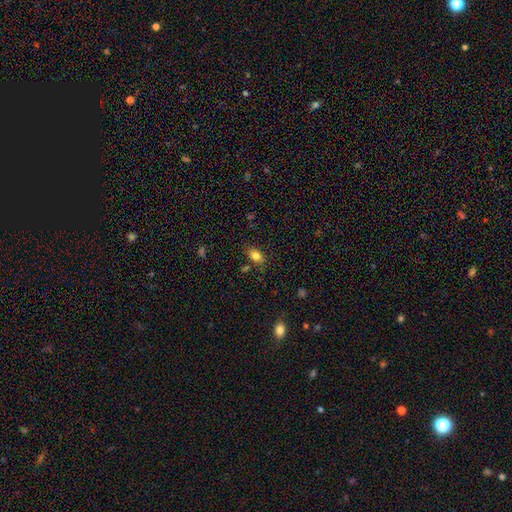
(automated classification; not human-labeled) Smooth or featured? smooth (82%)
How rounded? in between (84%)
Merging? none (78%)